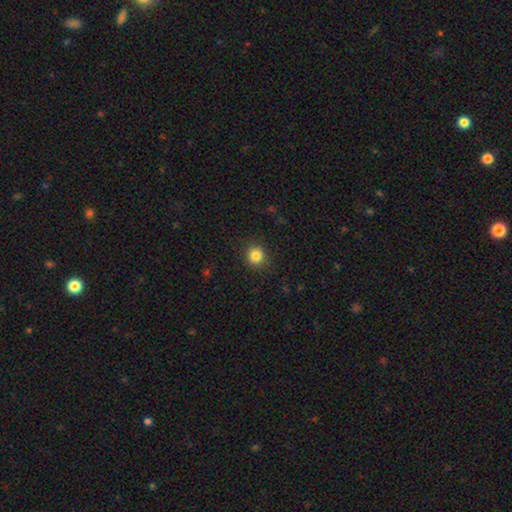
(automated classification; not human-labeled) Smooth or featured?
  - smooth: 84% *
  - star or artifact: 11%
  - featured or disk: 5%
How rounded?
  - round: 90% *
  - in between: 9%
  - cigar-shaped: 1%
Merging?
  - none: 89% *
  - minor disturbance: 7%
  - major disturbance: 3%
  - merger: 1%